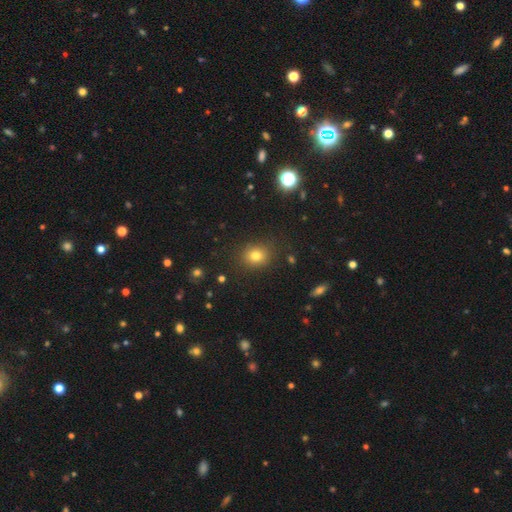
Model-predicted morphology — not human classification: type=smooth (78%); roundness=round (68%); merging=none (86%).